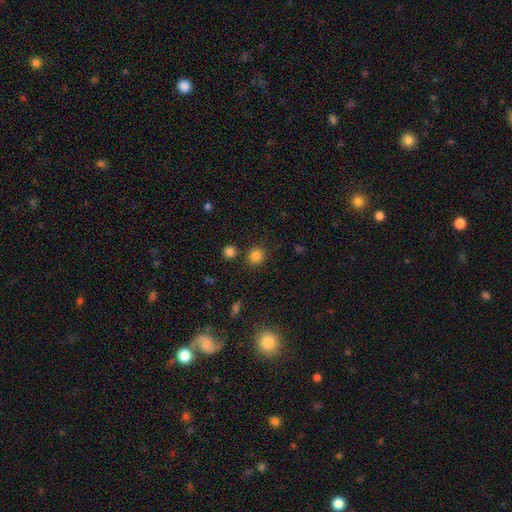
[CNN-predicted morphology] smooth-or-featured: smooth: 83% | star or artifact: 13% | featured or disk: 4%
  how-rounded: round: 87% | in between: 12% | cigar-shaped: 1%
  merging: none: 85% | minor disturbance: 7% | merger: 6% | major disturbance: 3%